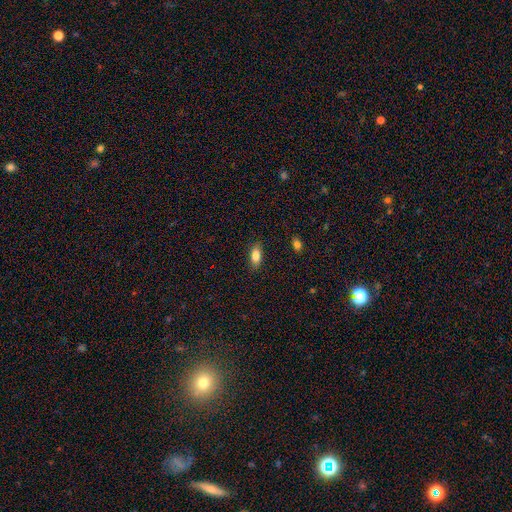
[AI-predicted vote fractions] A smooth galaxy with no disk features (82%) that is in between round and cigar-shaped (86%). Merging: none (86%).